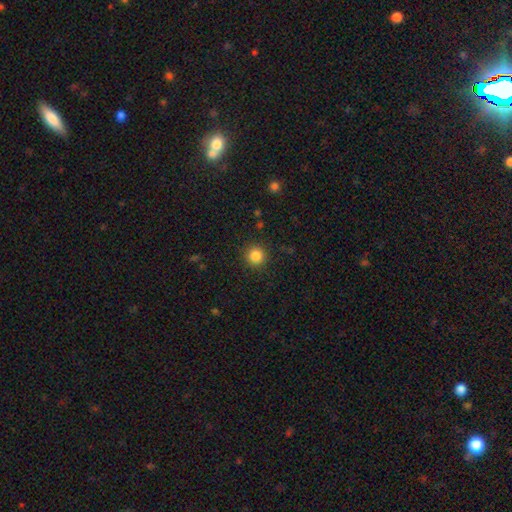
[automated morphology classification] This appears to be a smooth galaxy with no disk features (85%) that is round (94%). Merging: none (91%).